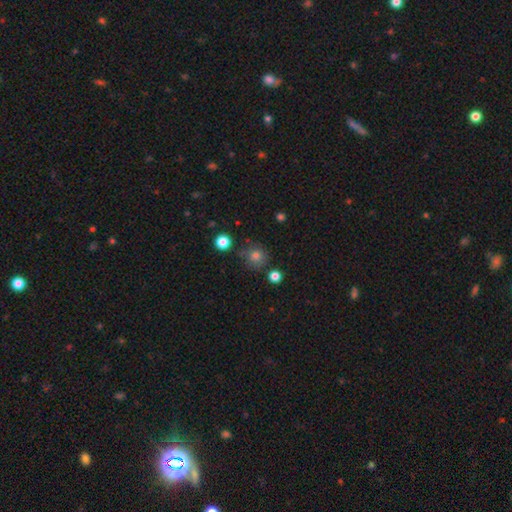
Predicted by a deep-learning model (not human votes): This appears to be a smooth galaxy with no disk features (77%) that is round (90%). Merging: none (77%).